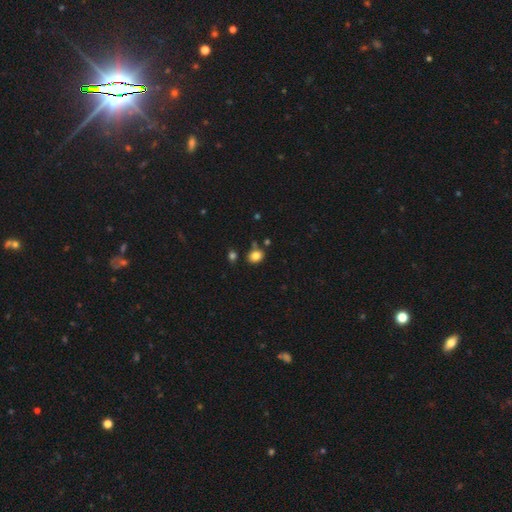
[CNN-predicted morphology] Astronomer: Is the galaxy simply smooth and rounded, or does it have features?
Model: smooth — 83%.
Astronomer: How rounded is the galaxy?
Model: round — 50% (runner-up: in between, 49%).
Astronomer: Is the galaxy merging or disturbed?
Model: none — 77%.